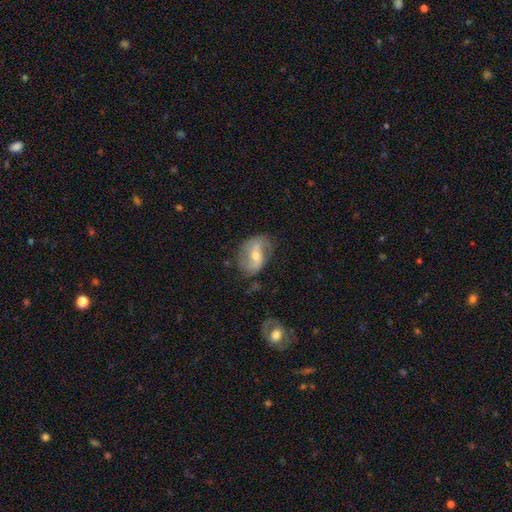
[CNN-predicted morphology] A featured or disk galaxy (67%) with a weak bar (39%), 2 (82%) loose (52%) spiral arms (81%) and a moderate central bulge (56%). Merging: none (62%).